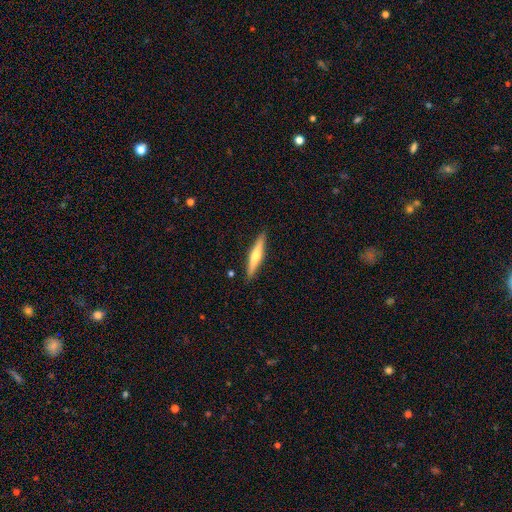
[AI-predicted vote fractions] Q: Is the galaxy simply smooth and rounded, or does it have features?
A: featured or disk — 56%.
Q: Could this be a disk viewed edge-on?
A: yes — 96%.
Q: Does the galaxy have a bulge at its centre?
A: rounded — 88%.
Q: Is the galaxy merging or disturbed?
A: none — 90%.